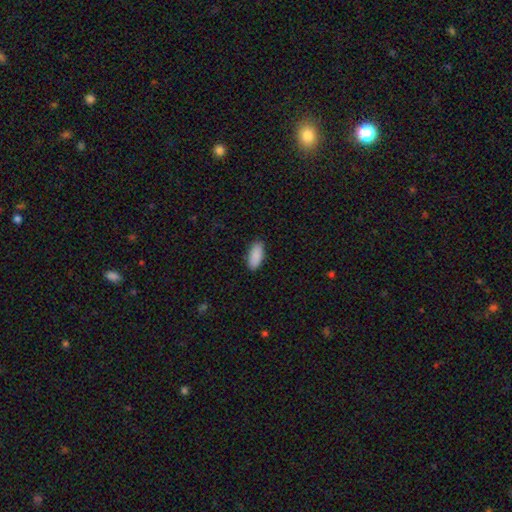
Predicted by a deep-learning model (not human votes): Q: Smooth or featured?
A: smooth (91%); runner-up: star or artifact (6%)
Q: How rounded?
A: in between (87%); runner-up: cigar-shaped (11%)
Q: Merging?
A: none (88%); runner-up: minor disturbance (9%)